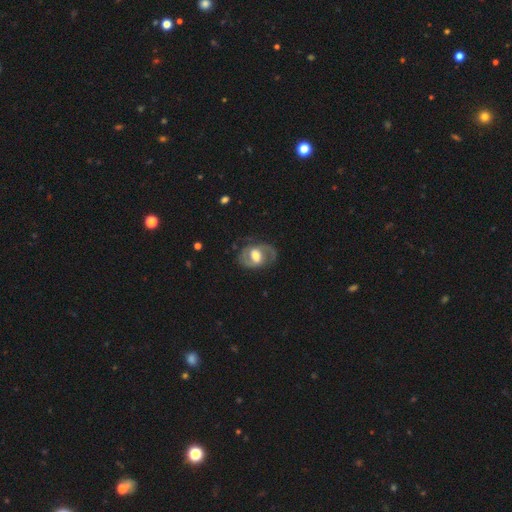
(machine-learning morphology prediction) A featured or disk galaxy (77%) with a weak bar (45%), 2 (87%) medium (53%) spiral arms (84%) and a moderate central bulge (50%). Merging: none (71%).